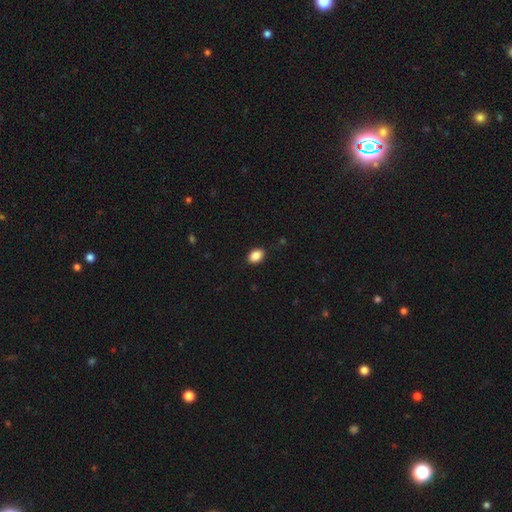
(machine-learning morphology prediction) A smooth galaxy with no disk features (88%) that is in between round and cigar-shaped (79%).

Vote fractions:
- Smooth or featured? smooth: 88% / star or artifact: 8% / featured or disk: 4%
- How rounded? in between: 79% / round: 20% / cigar-shaped: 1%
- Merging? none: 88% / minor disturbance: 9% / major disturbance: 2% / merger: 1%